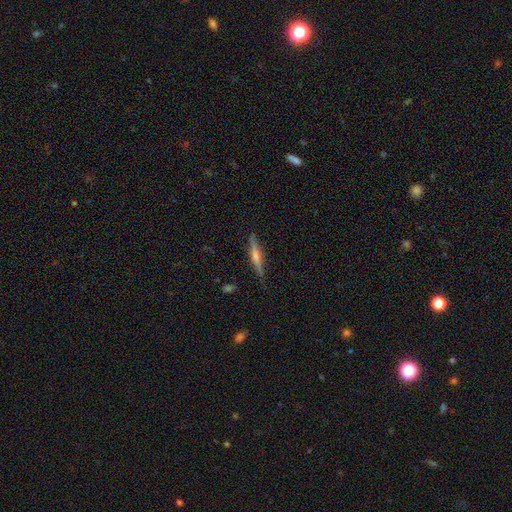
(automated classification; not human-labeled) smooth-or-featured: featured or disk: 68% | smooth: 26% | star or artifact: 6%
  disk-edge-on: yes: 98% | no: 2%
    edge-on-bulge: rounded: 80% | boxy: 11% | none: 9%
  merging: none: 89% | minor disturbance: 8% | major disturbance: 2% | merger: 1%